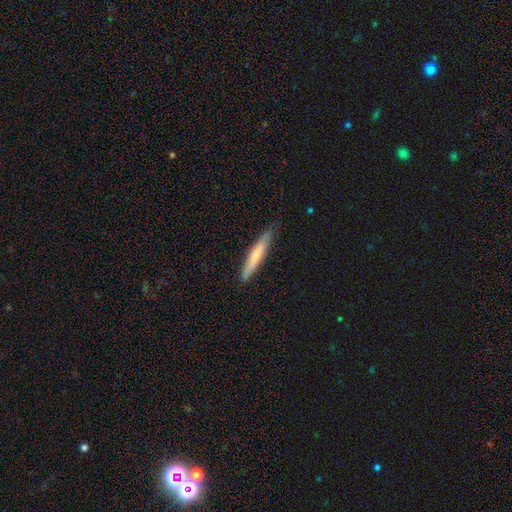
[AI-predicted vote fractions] Smooth or featured: smooth — 64% (featured or disk — 31%)
How rounded: cigar-shaped — 93% (in between — 6%)
Merging: none — 85% (minor disturbance — 12%)